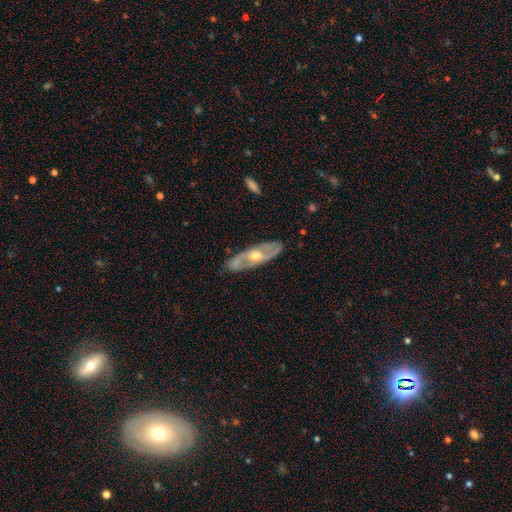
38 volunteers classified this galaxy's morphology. Smooth or featured? featured or disk (76%)
Edge-on disk? no (76%)
Bar? no (64%)
Spiral arms? yes (68%)
Spiral winding? medium (47%)
Spiral arm count? 2 (60%)
Bulge size? moderate (86%)
Merging? none (84%)